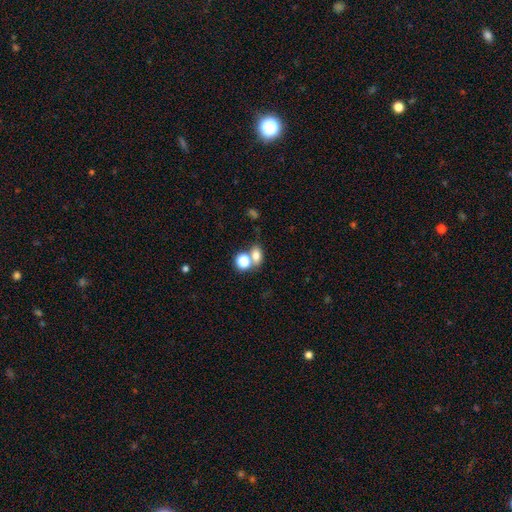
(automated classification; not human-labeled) Overall: smooth (73%). How rounded: in between (63%; round 34%). Merging: none (48%; merger 37%).